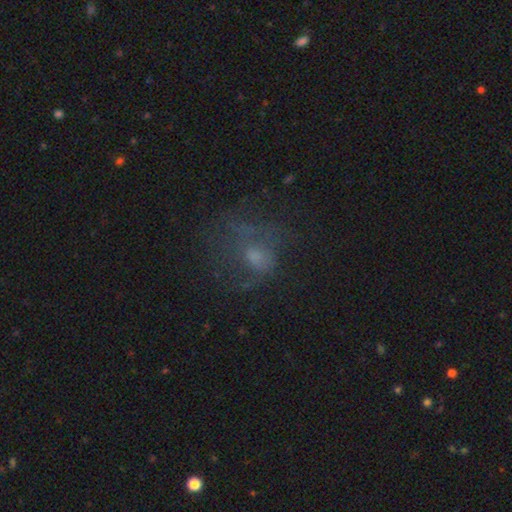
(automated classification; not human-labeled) Smooth or featured? smooth (40%)
Merging? none (46%)